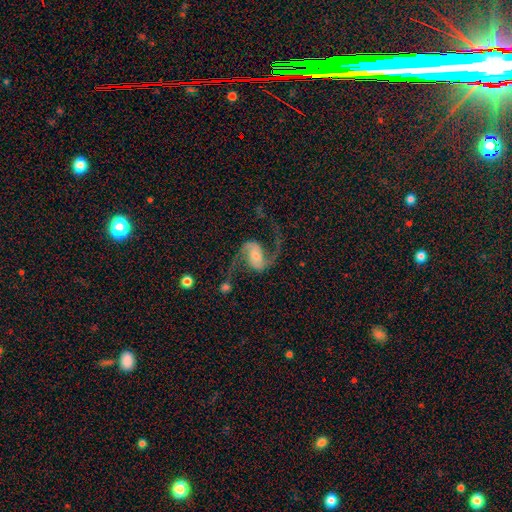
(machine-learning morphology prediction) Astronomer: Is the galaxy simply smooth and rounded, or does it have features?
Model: featured or disk — 90%.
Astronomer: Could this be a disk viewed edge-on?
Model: no — 98%.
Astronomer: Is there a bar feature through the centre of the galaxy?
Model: weak — 44% (runner-up: no, 30%).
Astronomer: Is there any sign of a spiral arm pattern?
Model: yes — 98%.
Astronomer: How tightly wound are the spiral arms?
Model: loose — 69%.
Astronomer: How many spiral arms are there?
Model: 2 — 94%.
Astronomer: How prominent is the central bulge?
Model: small — 42% (runner-up: moderate, 39%).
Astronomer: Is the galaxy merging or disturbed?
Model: none — 69%.